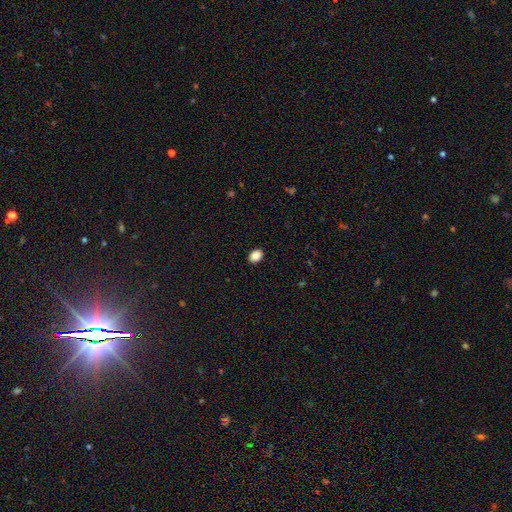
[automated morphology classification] This is clearly a smooth galaxy (87%). How rounded: likely in between (65%). Merging: clearly none (91%).